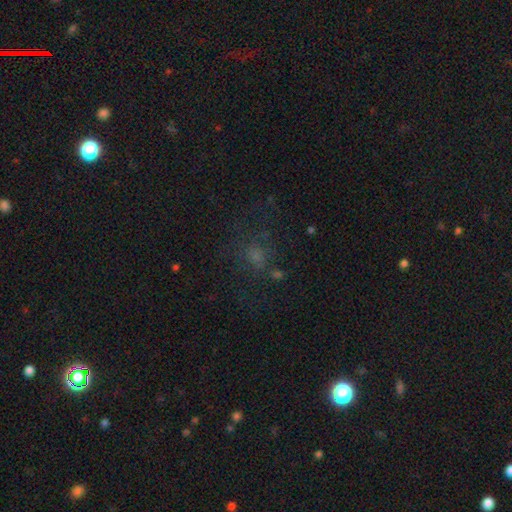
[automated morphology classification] Smooth or featured?
  - smooth: 49% *
  - star or artifact: 32%
  - featured or disk: 19%
Merging?
  - none: 59% *
  - major disturbance: 19%
  - minor disturbance: 16%
  - merger: 5%